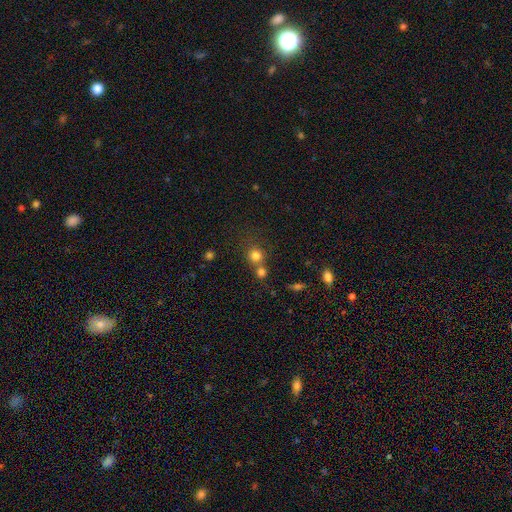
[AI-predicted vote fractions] A smooth galaxy with no disk features (78%) that is round (88%).

Vote fractions:
- Smooth or featured? smooth: 78% / star or artifact: 15% / featured or disk: 8%
- How rounded? round: 88% / in between: 11% / cigar-shaped: 1%
- Merging? none: 53% / merger: 36% / minor disturbance: 7% / major disturbance: 4%